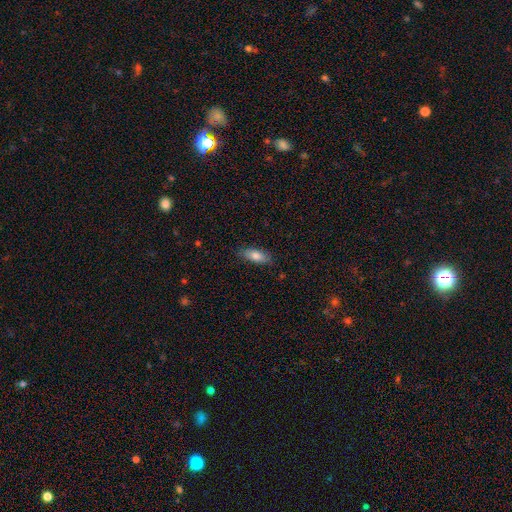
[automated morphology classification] smooth_or_featured: smooth (p=0.80) [alt: featured or disk p=0.13]
how_rounded: in between (p=0.76) [alt: cigar-shaped p=0.21]
merging: none (p=0.83) [alt: minor disturbance p=0.13]